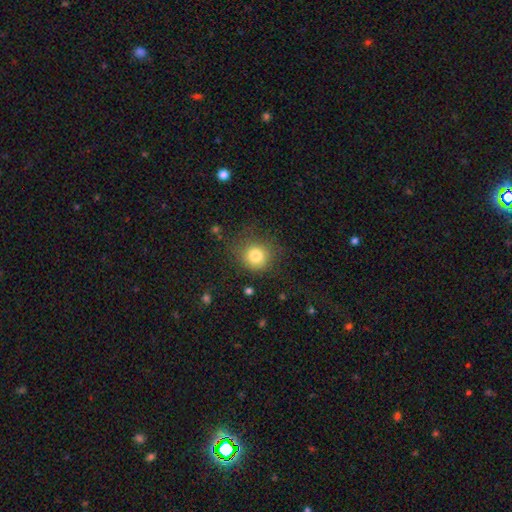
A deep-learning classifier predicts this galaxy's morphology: A smooth galaxy with no disk features (81%) that is round (89%). Merging: none (78%).